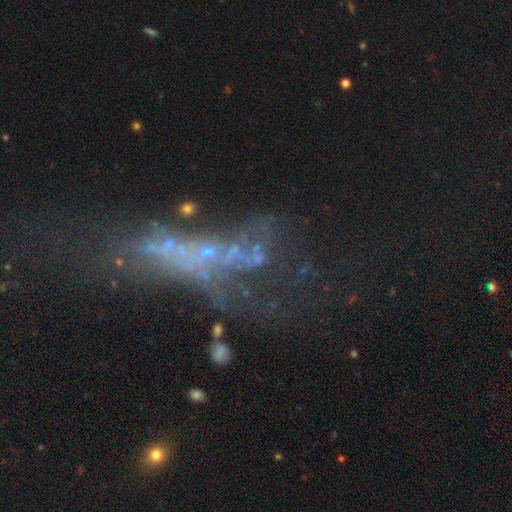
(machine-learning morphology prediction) A featured or disk galaxy (48%). Merging: none (34%).